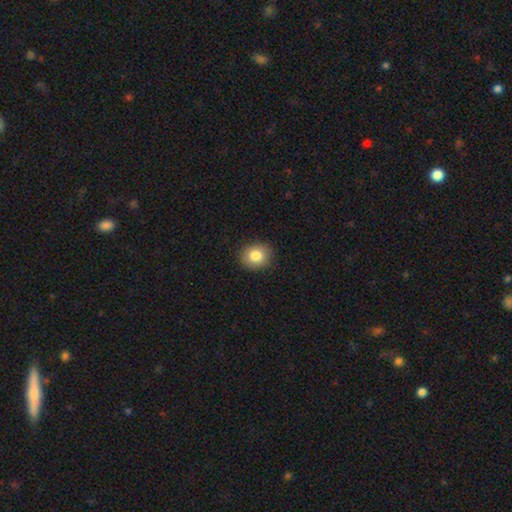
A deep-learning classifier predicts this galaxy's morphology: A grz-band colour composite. It shows a smooth galaxy with no disk features (83%) that is round (70%). Merging: none (89%).